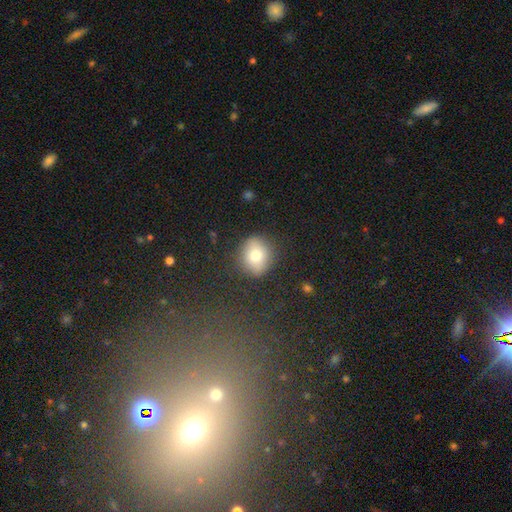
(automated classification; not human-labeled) The model was most divided on "how rounded": round: 72%, in between: 26%, cigar-shaped: 2%. More confident: merging — none (83%); smooth or featured — smooth (76%).